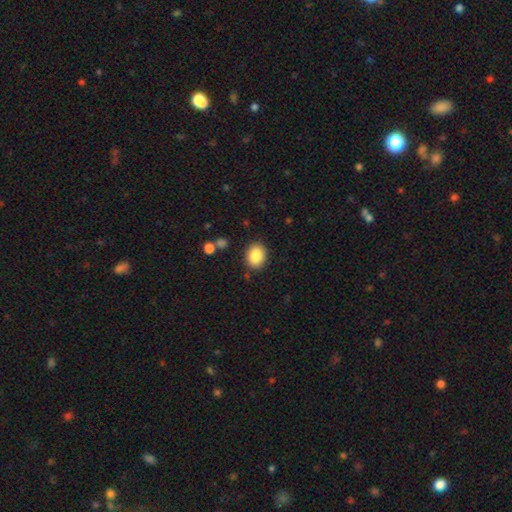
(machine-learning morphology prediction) Overall: smooth (86%). How rounded: round (50%; in between 49%). Merging: none (87%).